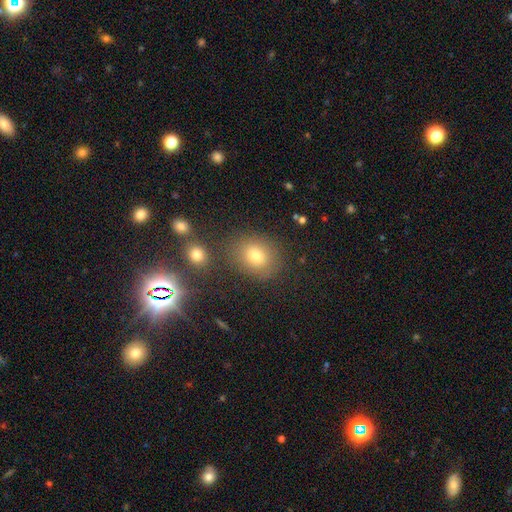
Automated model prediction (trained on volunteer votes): Smooth or featured?
  - smooth: 72% *
  - star or artifact: 18%
  - featured or disk: 10%
How rounded?
  - round: 59% *
  - in between: 40%
  - cigar-shaped: 1%
Merging?
  - none: 79% *
  - minor disturbance: 11%
  - merger: 6%
  - major disturbance: 4%